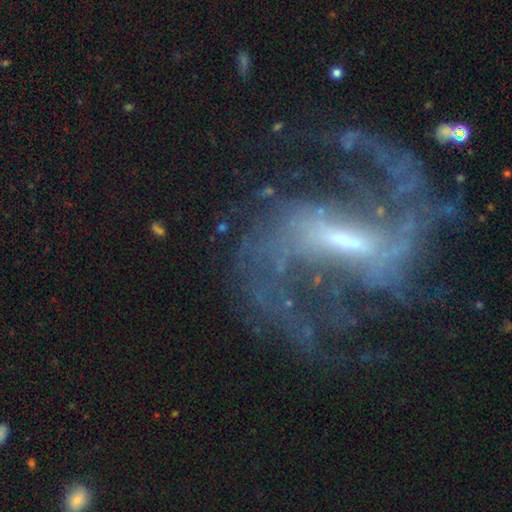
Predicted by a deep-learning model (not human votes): A featured or disk galaxy (90%) with a strong bar (48%), 2 (77%) loose (56%) spiral arms (96%) and a small central bulge (53%).

Vote fractions:
- Smooth or featured? featured or disk: 90% / star or artifact: 7% / smooth: 3%
- Edge-on disk? no: 97% / yes: 3%
- Bar? strong: 48% / weak: 42% / no: 10%
- Spiral arms? yes: 96% / no: 4%
- Spiral winding? loose: 56% / medium: 35% / tight: 9%
- Spiral arm count? 2: 77% / can't tell: 7% / 3: 5% / 1: 4% / 4: 4% / more than 4: 4%
- Bulge size? small: 53% / moderate: 32% / none: 10% / large: 4% / dominant: 1%
- Merging? none: 59% / major disturbance: 23% / minor disturbance: 14% / merger: 4%